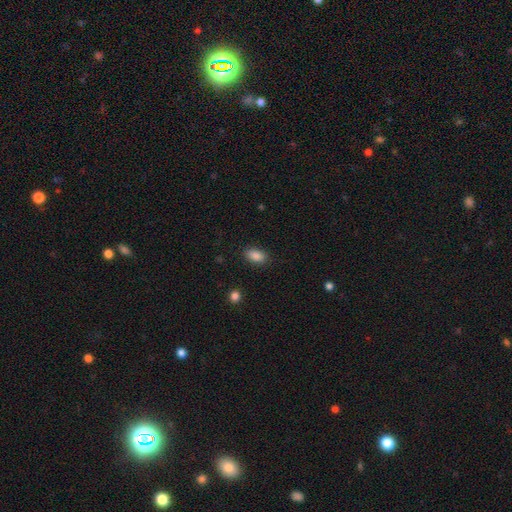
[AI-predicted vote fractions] This appears to be a smooth galaxy with no disk features (88%) that is in between round and cigar-shaped (90%). Merging: none (88%).